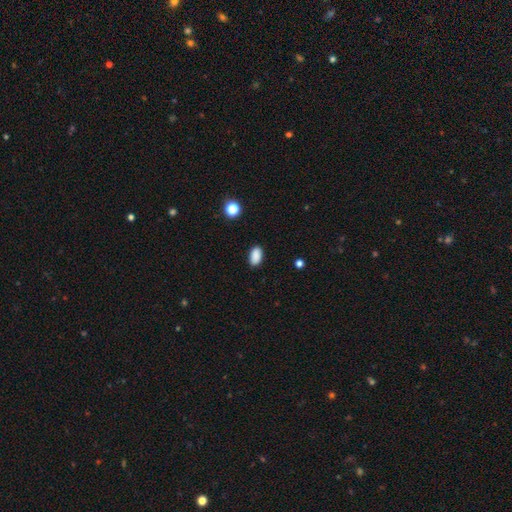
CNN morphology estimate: A smooth galaxy with no disk features (89%) that is in between round and cigar-shaped (93%). Merging: none (88%).